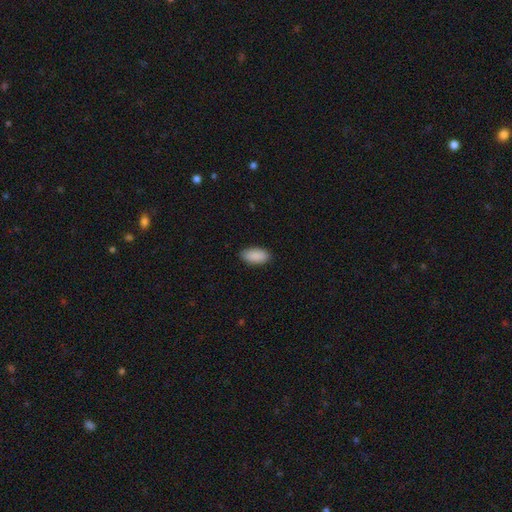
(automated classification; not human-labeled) This appears to be a smooth galaxy with no disk features (91%) that is in between round and cigar-shaped (94%). Merging: none (88%).